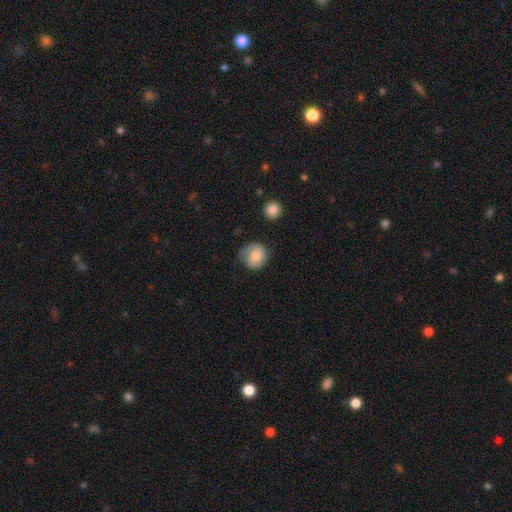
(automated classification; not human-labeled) A smooth galaxy with no disk features (74%) that is round (82%). Merging: none (59%).